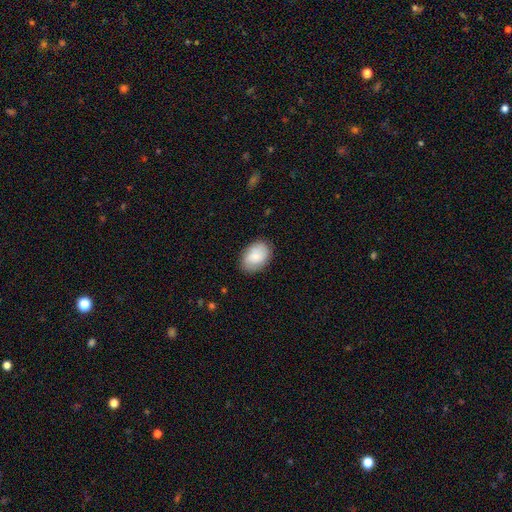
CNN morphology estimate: A smooth galaxy with no disk features (75%) that is in between round and cigar-shaped (83%). Merging: none (83%).